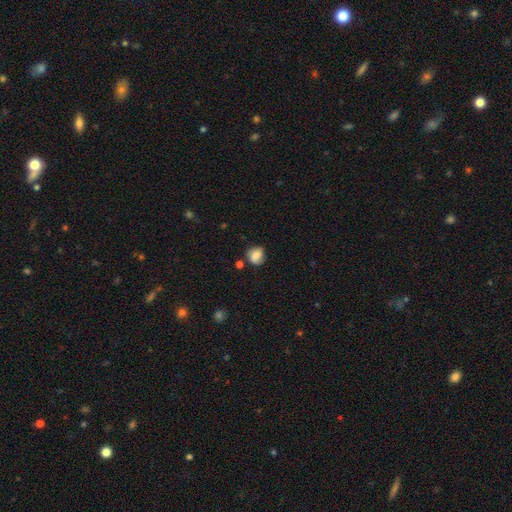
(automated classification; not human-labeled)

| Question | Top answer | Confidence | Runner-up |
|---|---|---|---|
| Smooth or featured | smooth | 64% | featured or disk (26%) |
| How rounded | round | 72% | in between (27%) |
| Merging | none | 64% | minor disturbance (23%) |